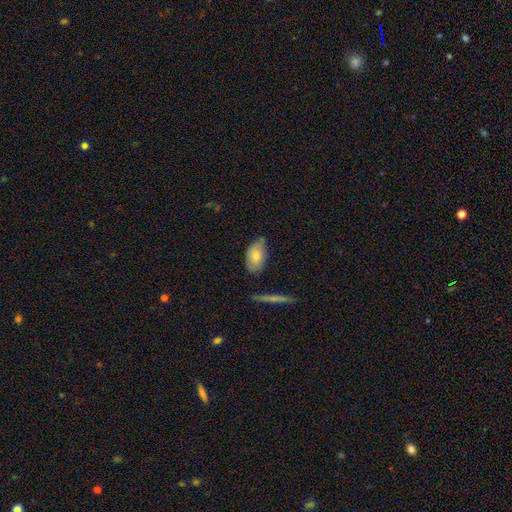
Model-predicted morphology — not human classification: Smooth or featured? Predicted: smooth (p=0.76). How rounded? Predicted: in between (p=0.92). Merging? Predicted: none (p=0.58).